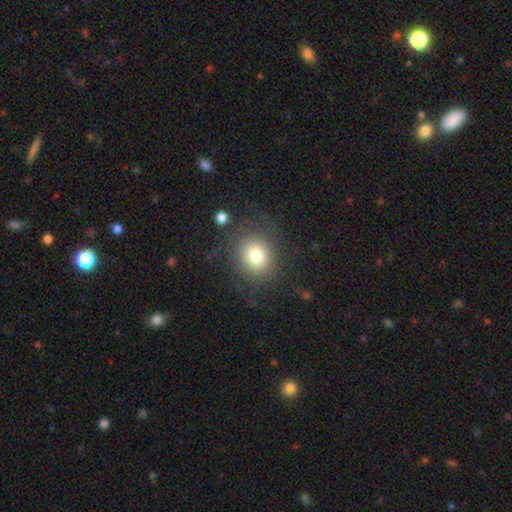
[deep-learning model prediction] Smooth or featured?
  - smooth: 74% *
  - featured or disk: 15%
  - star or artifact: 11%
How rounded?
  - round: 73% *
  - in between: 26%
  - cigar-shaped: 1%
Merging?
  - none: 74% *
  - minor disturbance: 13%
  - major disturbance: 10%
  - merger: 3%